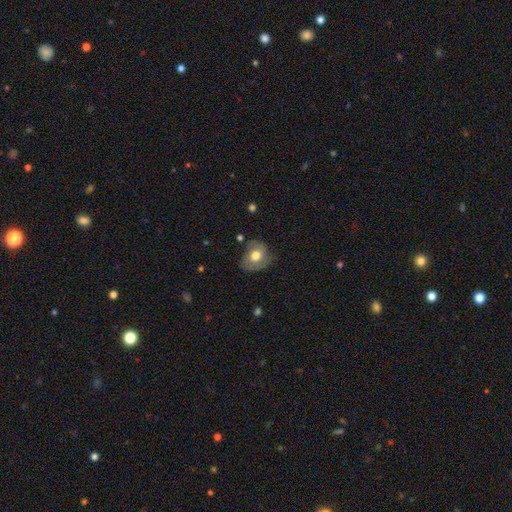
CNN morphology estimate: Smooth or featured?
  - smooth: 54% *
  - featured or disk: 38%
  - star or artifact: 8%
How rounded?
  - round: 65% *
  - in between: 34%
  - cigar-shaped: 1%
Merging?
  - none: 70% *
  - minor disturbance: 21%
  - major disturbance: 7%
  - merger: 2%